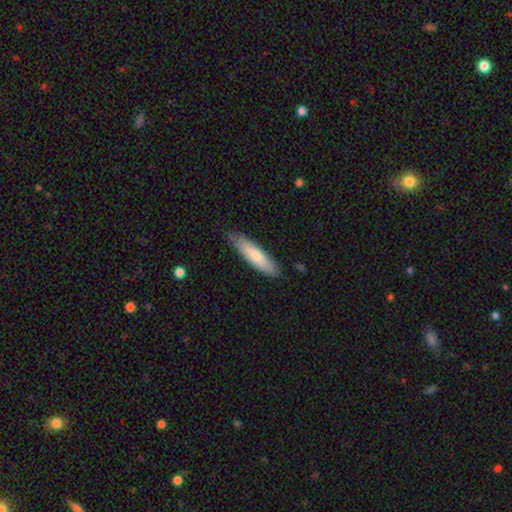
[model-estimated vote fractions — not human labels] Morphology: type=smooth (74%); roundness=cigar-shaped (71%); merging=none (80%).